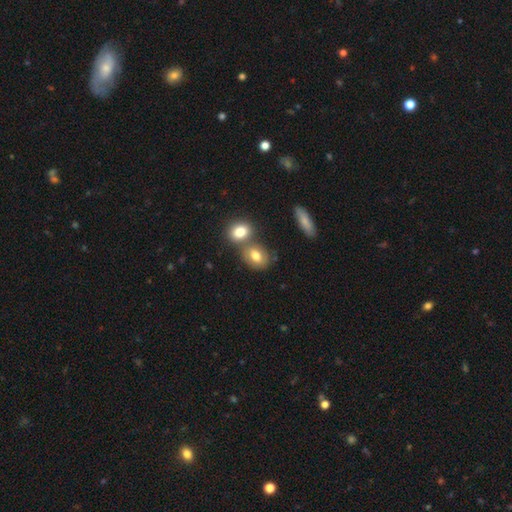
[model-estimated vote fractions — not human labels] Smooth or featured?
  - smooth: 75% *
  - featured or disk: 16%
  - star or artifact: 9%
How rounded?
  - in between: 67% *
  - round: 31%
  - cigar-shaped: 2%
Merging?
  - none: 48% *
  - merger: 35%
  - minor disturbance: 12%
  - major disturbance: 4%